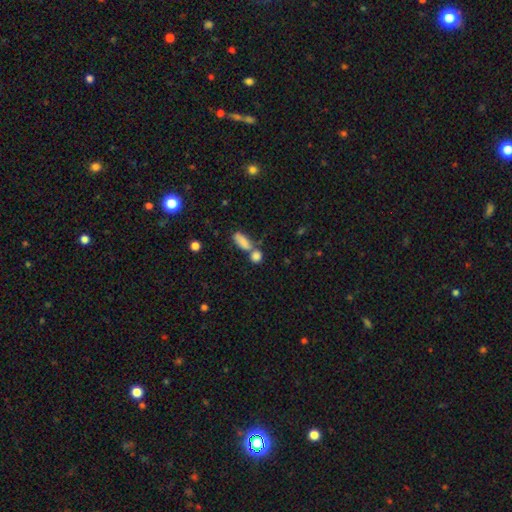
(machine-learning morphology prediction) Q: Smooth or featured?
A: smooth (83%); runner-up: star or artifact (9%)
Q: How rounded?
A: in between (52%); runner-up: round (36%)
Q: Merging?
A: merger (45%); runner-up: none (42%)